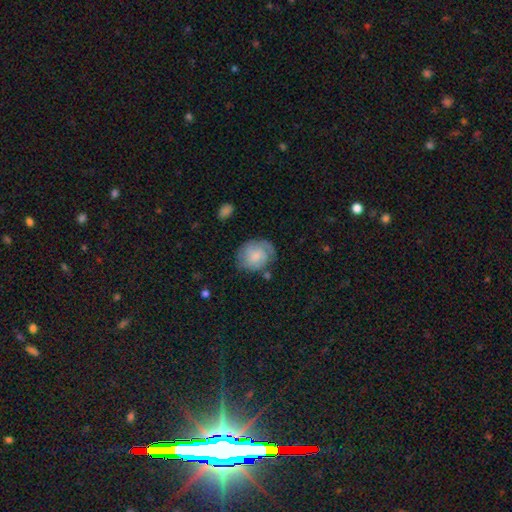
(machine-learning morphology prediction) This appears to be a smooth galaxy with no disk features (48%). Merging: none (63%).